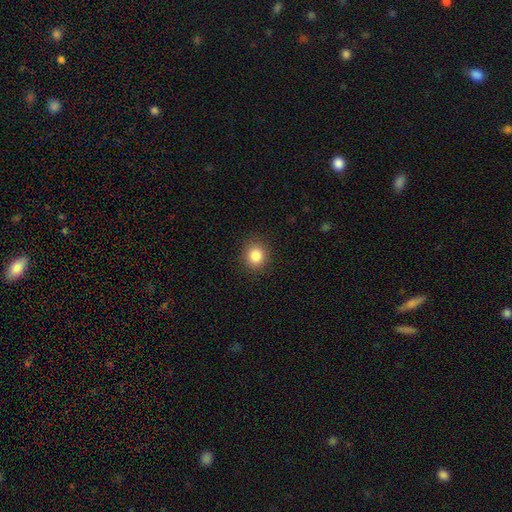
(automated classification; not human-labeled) A smooth galaxy with no disk features (85%) that is round (84%). Merging: none (90%).